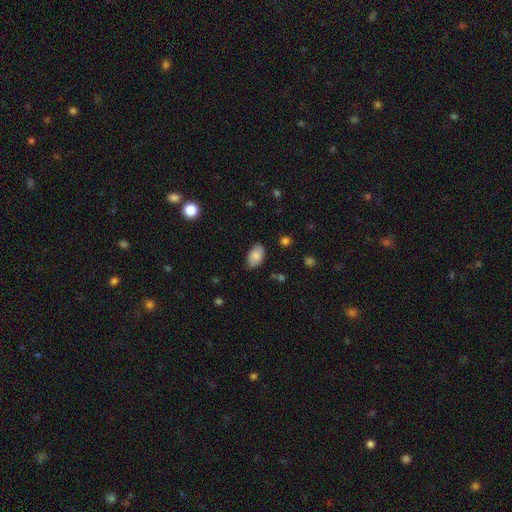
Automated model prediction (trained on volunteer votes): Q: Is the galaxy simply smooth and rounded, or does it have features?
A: smooth — 81%.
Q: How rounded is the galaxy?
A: in between — 92%.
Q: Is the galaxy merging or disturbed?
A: none — 81%.